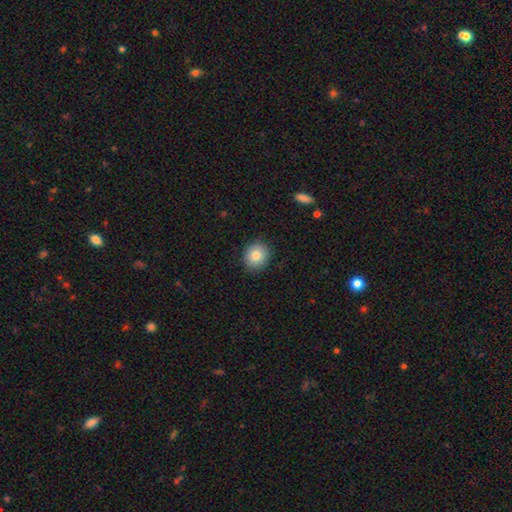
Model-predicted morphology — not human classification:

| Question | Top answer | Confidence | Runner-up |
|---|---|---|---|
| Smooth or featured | smooth | 82% | featured or disk (10%) |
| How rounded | round | 76% | in between (23%) |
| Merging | none | 88% | minor disturbance (9%) |